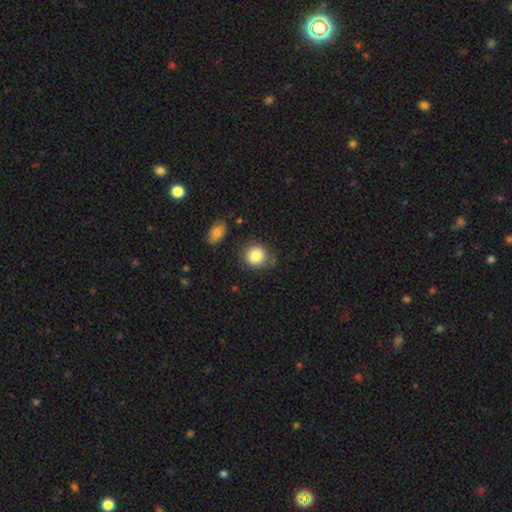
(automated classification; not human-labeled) A smooth galaxy with no disk features (85%) that is round (82%). Merging: none (76%).